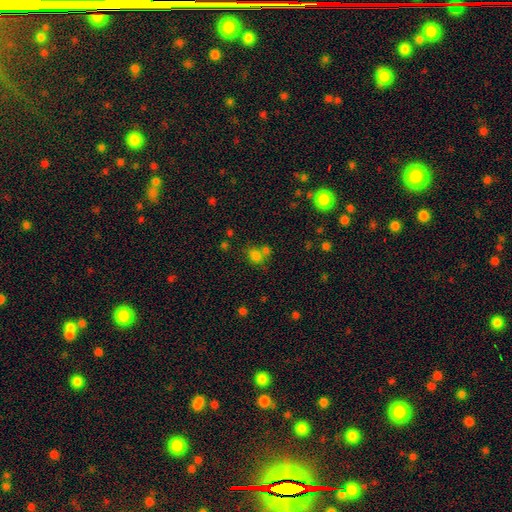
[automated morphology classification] smooth_or_featured: smooth (p=0.75) [alt: star or artifact p=0.18]
how_rounded: round (p=0.55) [alt: in between p=0.44]
merging: none (p=0.52) [alt: merger p=0.30]